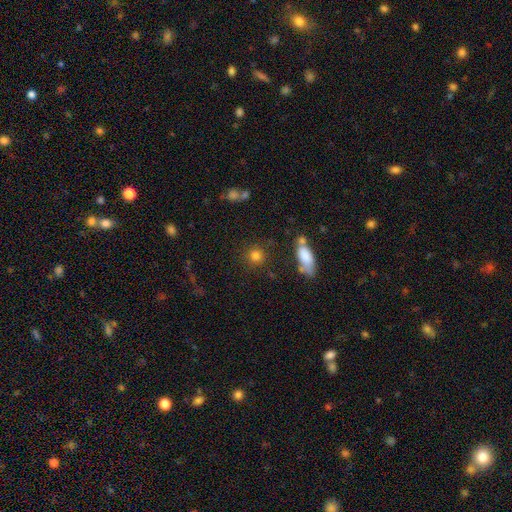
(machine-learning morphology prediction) type=smooth (82%); roundness=round (86%); merging=none (80%).